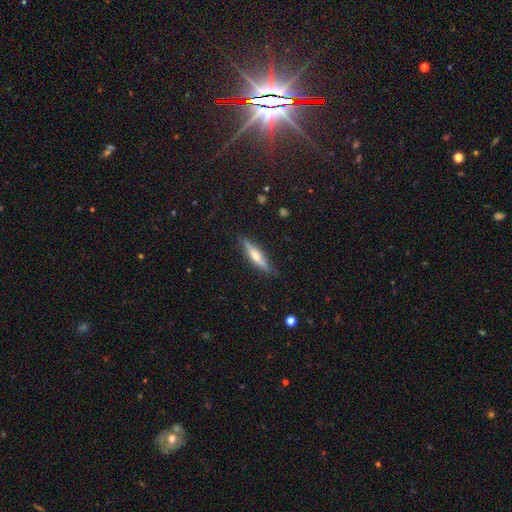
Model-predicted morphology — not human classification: A featured or disk galaxy (49%). Merging: none (84%).